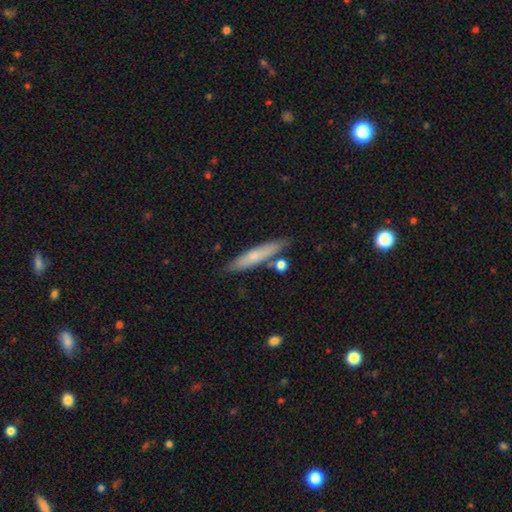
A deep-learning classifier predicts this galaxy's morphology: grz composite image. It shows a smooth galaxy with no disk features (67%) that is cigar-shaped (89%). Merging: none (80%).